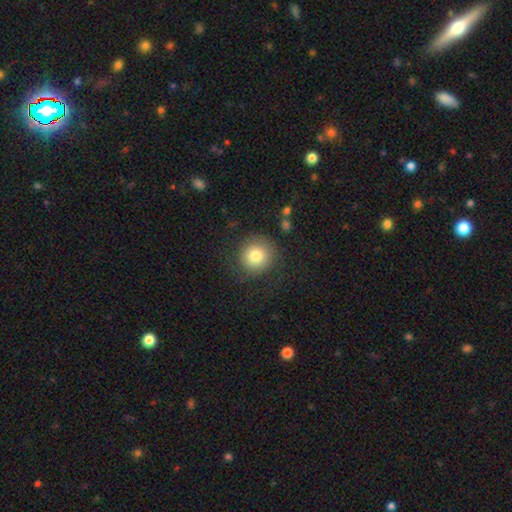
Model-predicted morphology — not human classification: smooth_or_featured: smooth (p=0.80) [alt: featured or disk p=0.11]
how_rounded: round (p=0.93) [alt: in between p=0.06]
merging: none (p=0.80) [alt: minor disturbance p=0.11]